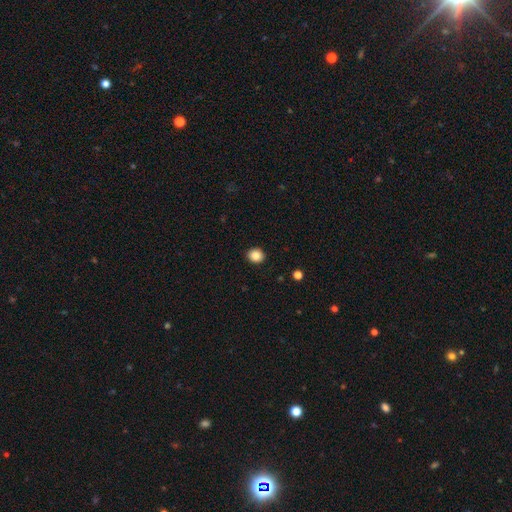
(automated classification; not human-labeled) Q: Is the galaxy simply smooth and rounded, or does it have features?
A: smooth — 86%.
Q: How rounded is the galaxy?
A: round — 81%.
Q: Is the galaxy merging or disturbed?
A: none — 92%.